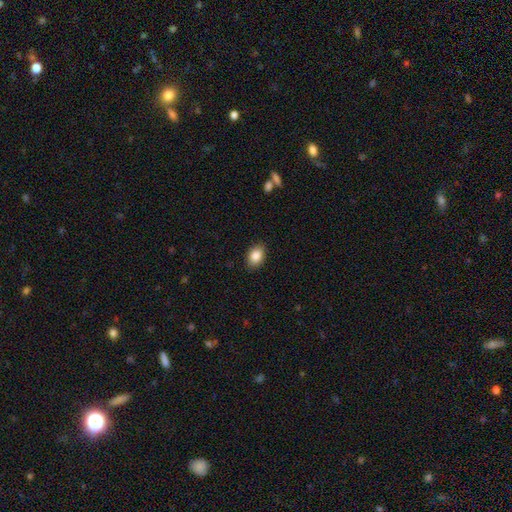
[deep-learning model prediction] The model was most divided on "how rounded": in between: 76%, round: 23%, cigar-shaped: 1%. More confident: merging — none (87%); smooth or featured — smooth (87%).